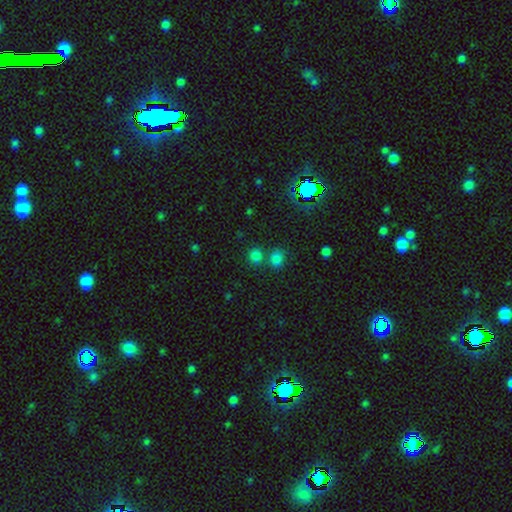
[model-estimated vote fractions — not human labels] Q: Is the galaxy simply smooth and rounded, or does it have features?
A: smooth — 75%.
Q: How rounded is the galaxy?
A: round — 84%.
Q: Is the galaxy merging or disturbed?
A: none — 64%.